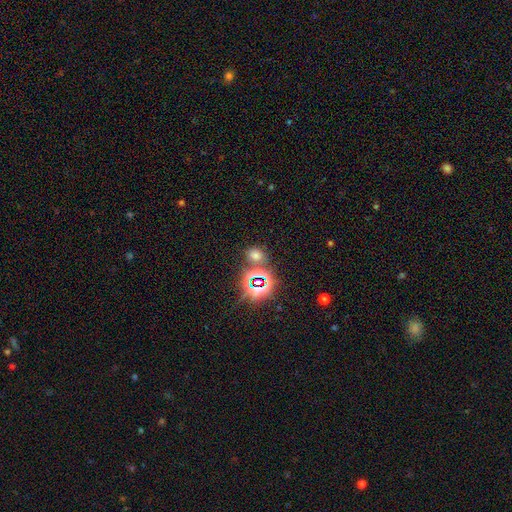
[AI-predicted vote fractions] Overall: smooth (53%; star or artifact 39%). How rounded: round (53%; in between 46%). Merging: none (72%).